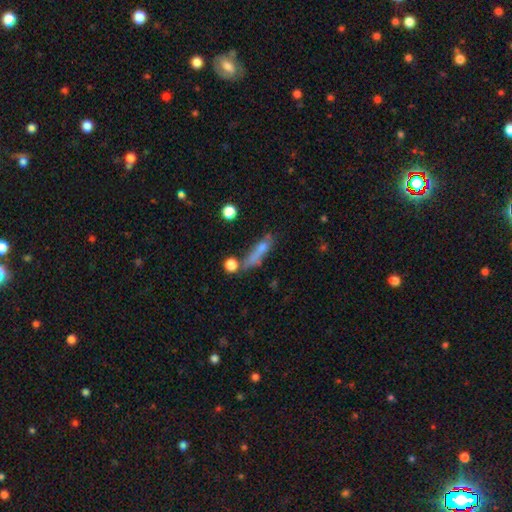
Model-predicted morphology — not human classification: type=smooth (60%); roundness=cigar-shaped (75%); merging=none (46%).